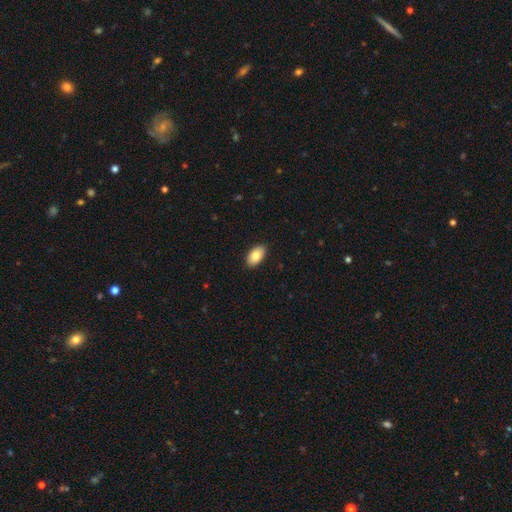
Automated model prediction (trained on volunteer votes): The model was most divided on "smooth or featured": smooth: 82%, featured or disk: 11%, star or artifact: 7%. More confident: how rounded — in between (94%); merging — none (89%).